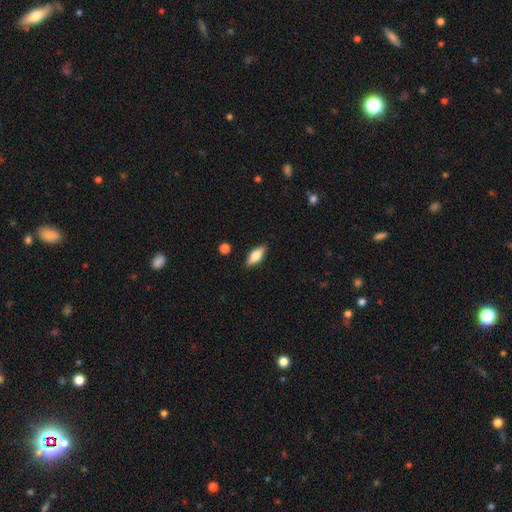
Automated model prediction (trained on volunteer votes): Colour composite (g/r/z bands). It shows a smooth galaxy with no disk features (64%) that is in between round and cigar-shaped (76%). Merging: none (86%).